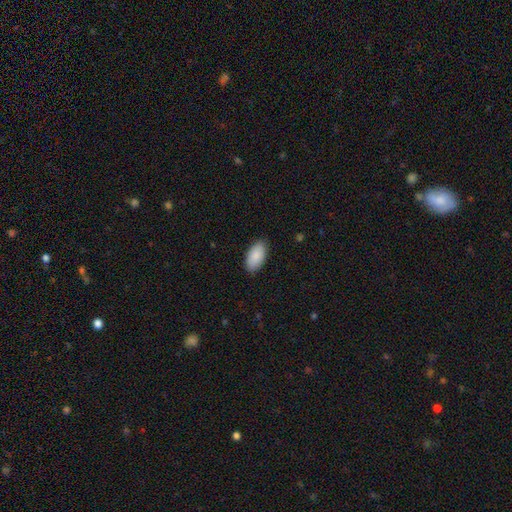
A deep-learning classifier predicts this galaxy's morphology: Smooth or featured?
  - smooth: 89% *
  - star or artifact: 6%
  - featured or disk: 5%
How rounded?
  - in between: 96% *
  - cigar-shaped: 2%
  - round: 2%
Merging?
  - none: 87% *
  - minor disturbance: 10%
  - major disturbance: 2%
  - merger: 1%